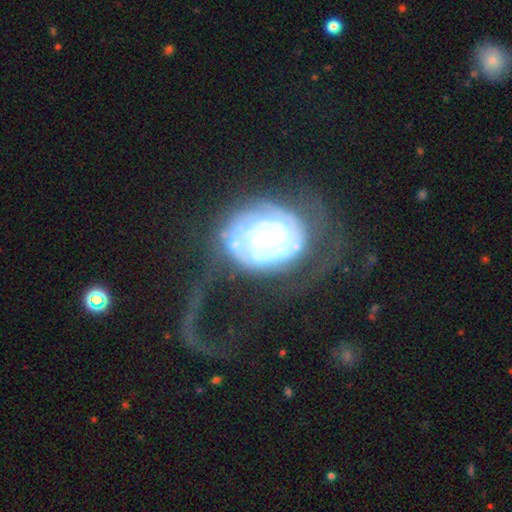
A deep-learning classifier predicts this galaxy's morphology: Smooth or featured? featured or disk (81%)
Edge-on disk? no (97%)
Bar? no (74%)
Spiral arms? yes (84%)
Spiral winding? tight (56%)
Spiral arm count? can't tell (38%)
Bulge size? small (55%)
Merging? major disturbance (53%)